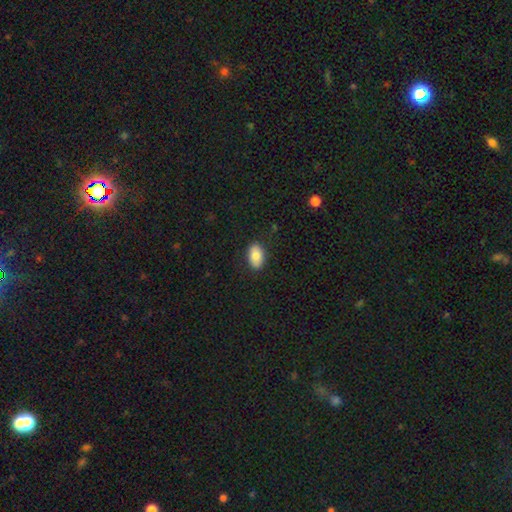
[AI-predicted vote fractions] Q: Smooth or featured?
A: smooth (82%); runner-up: featured or disk (11%)
Q: How rounded?
A: in between (90%); runner-up: round (8%)
Q: Merging?
A: none (87%); runner-up: minor disturbance (10%)